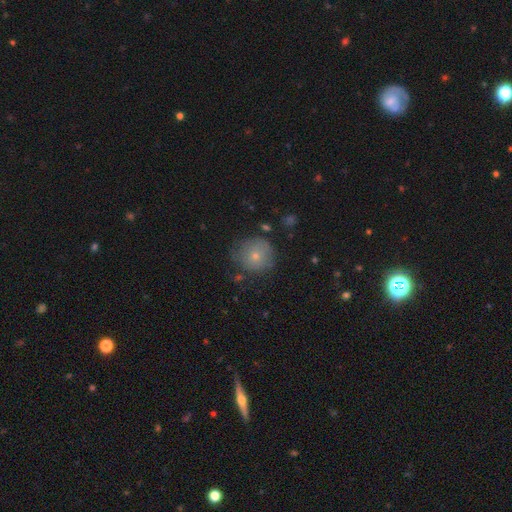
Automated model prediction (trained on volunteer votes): Overall: smooth (71%). How rounded: round (91%). Merging: none (69%).